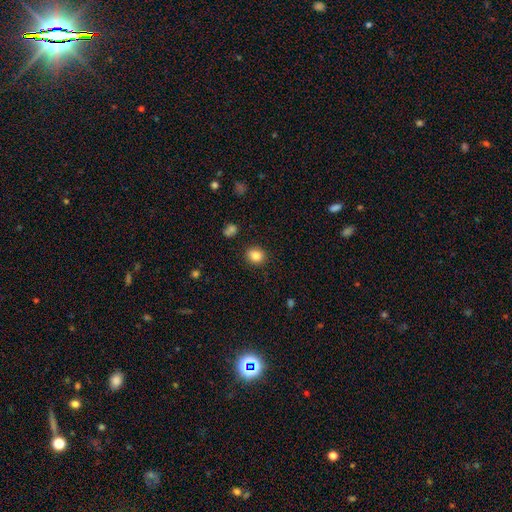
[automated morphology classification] Q: Smooth or featured?
A: smooth (84%); runner-up: star or artifact (10%)
Q: How rounded?
A: round (71%); runner-up: in between (28%)
Q: Merging?
A: none (89%); runner-up: minor disturbance (7%)